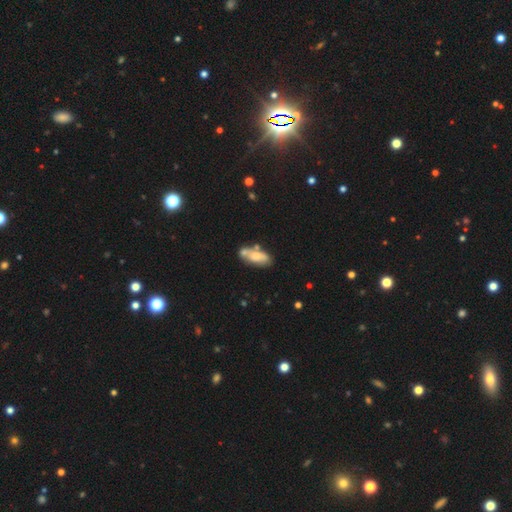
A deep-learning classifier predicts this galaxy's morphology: Overall: smooth (60%; featured or disk 33%). How rounded: in between (79%). Merging: none (50%; merger 22%).